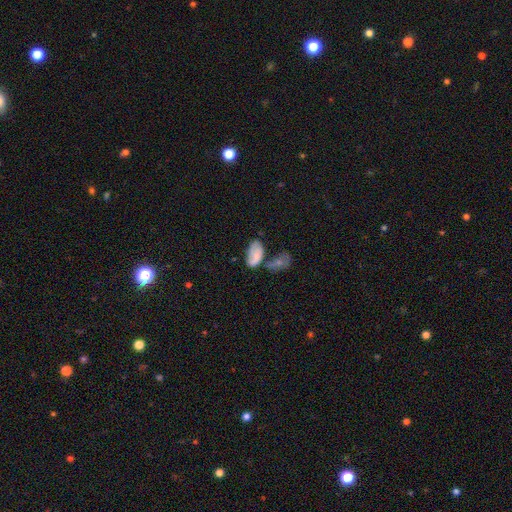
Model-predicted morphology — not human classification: Q: Smooth or featured?
A: smooth (64%); runner-up: featured or disk (28%)
Q: How rounded?
A: in between (92%); runner-up: round (4%)
Q: Merging?
A: merger (31%); runner-up: none (30%)